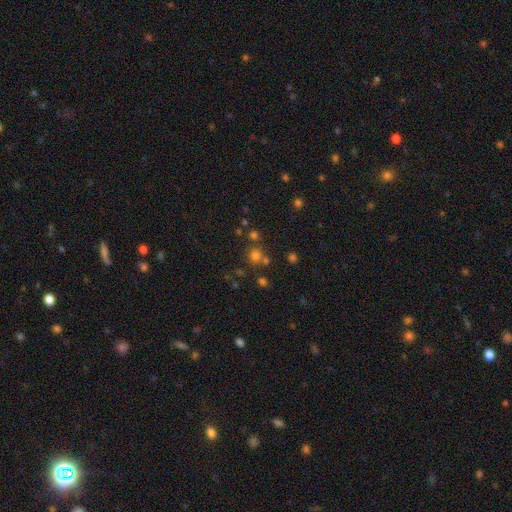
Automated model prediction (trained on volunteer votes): Overall: smooth (66%; star or artifact 26%). How rounded: round (88%). Merging: none (68%).